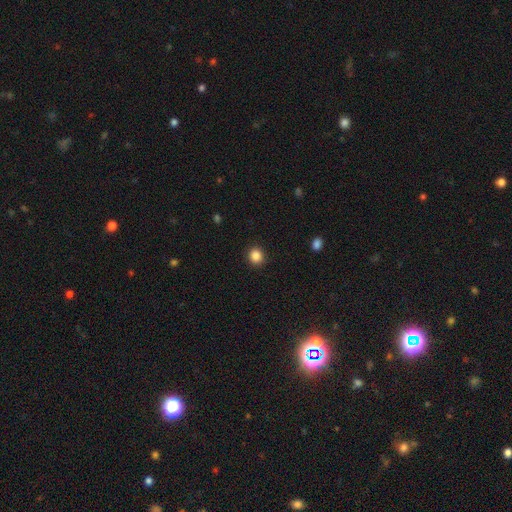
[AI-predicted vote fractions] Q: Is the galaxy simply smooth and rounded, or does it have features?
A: smooth — 86%.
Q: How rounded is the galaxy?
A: round — 89%.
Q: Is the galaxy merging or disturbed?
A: none — 92%.